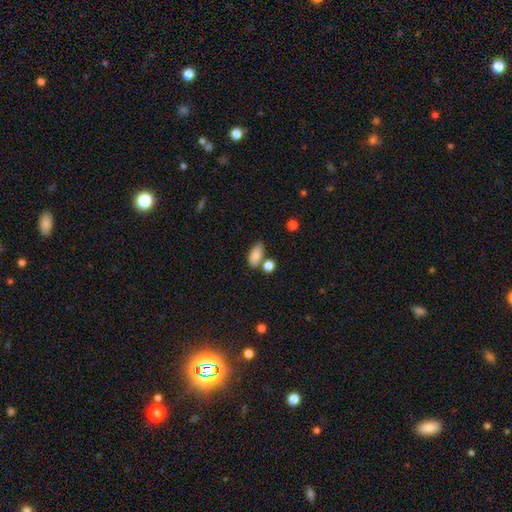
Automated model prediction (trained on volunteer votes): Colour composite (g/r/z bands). It shows a smooth galaxy with no disk features (83%) that is in between round and cigar-shaped (87%). Merging: none (65%).